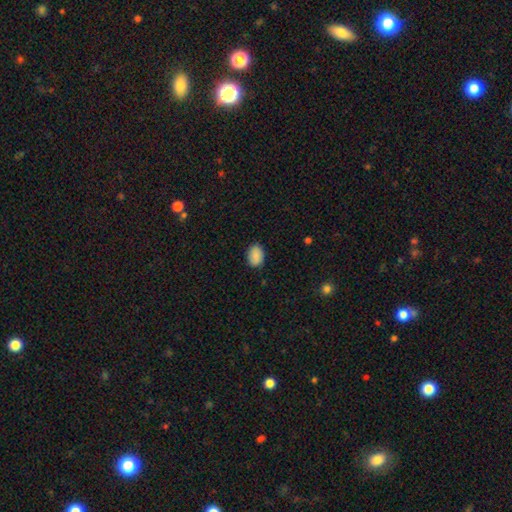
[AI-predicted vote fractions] smooth 89%, star or artifact 7%, featured or disk 4%. Down the decision tree: how rounded — in between (81%); merging — none (86%).